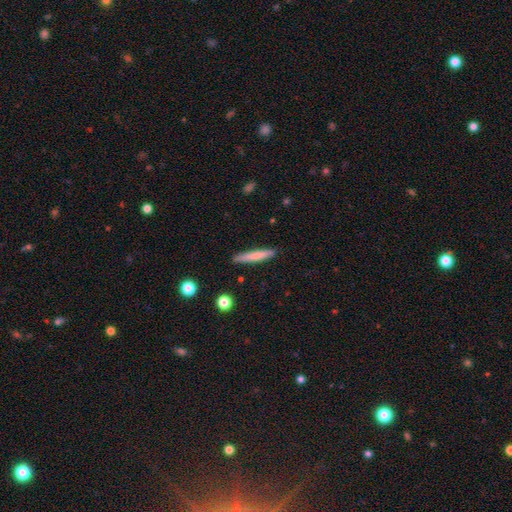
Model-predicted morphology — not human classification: A smooth galaxy with no disk features (72%) that is cigar-shaped (93%).

Vote fractions:
- Smooth or featured? smooth: 72% / featured or disk: 22% / star or artifact: 6%
- How rounded? cigar-shaped: 93% / in between: 5% / round: 1%
- Merging? none: 87% / minor disturbance: 10% / major disturbance: 2% / merger: 2%